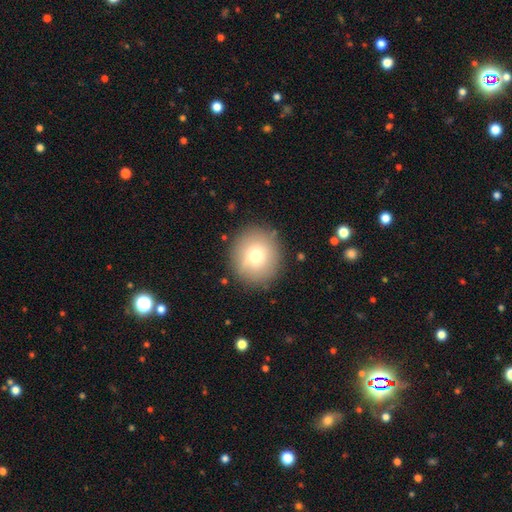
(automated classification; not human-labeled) Overall: smooth (73%). How rounded: round (91%). Merging: none (88%).